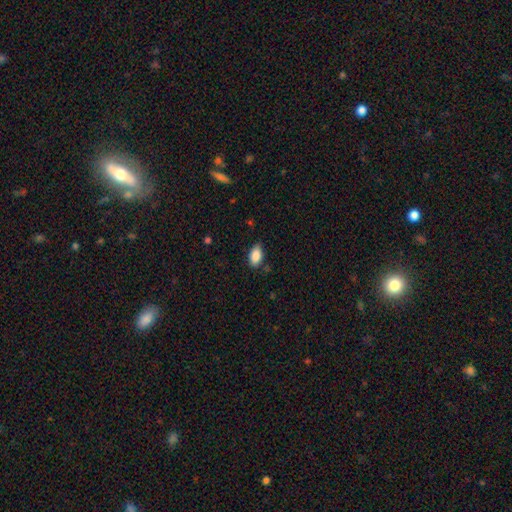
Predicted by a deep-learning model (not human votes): Smooth or featured? Predicted: smooth (p=0.88). How rounded? Predicted: in between (p=0.92). Merging? Predicted: none (p=0.78).